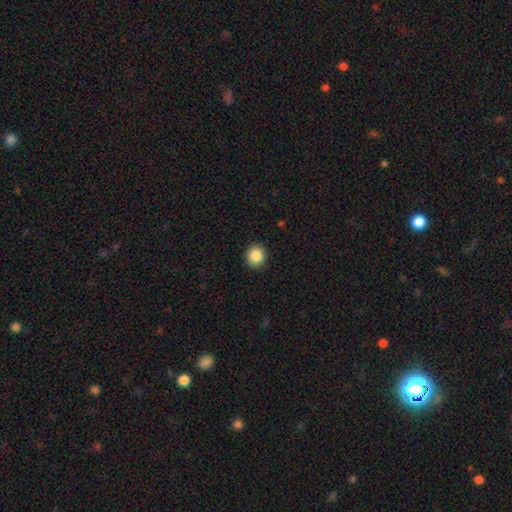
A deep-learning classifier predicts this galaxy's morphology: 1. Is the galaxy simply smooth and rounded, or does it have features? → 87% smooth, 9% star or artifact, 5% featured or disk.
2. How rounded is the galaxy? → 83% round, 16% in between, 1% cigar-shaped.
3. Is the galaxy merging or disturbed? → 92% none, 6% minor disturbance, 2% major disturbance, 1% merger.